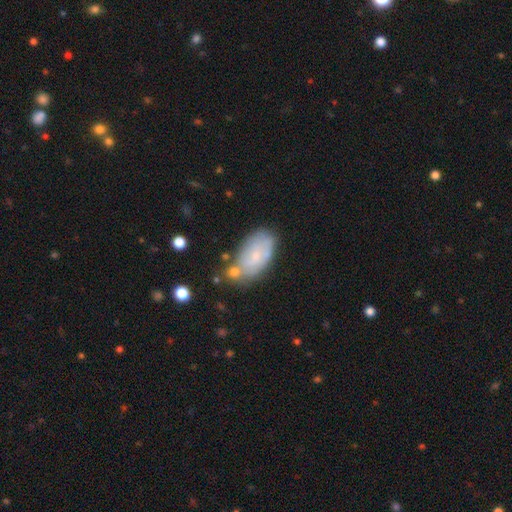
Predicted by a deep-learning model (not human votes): Q: Smooth or featured?
A: smooth (58%); runner-up: featured or disk (35%)
Q: How rounded?
A: in between (93%); runner-up: round (4%)
Q: Merging?
A: none (55%); runner-up: minor disturbance (25%)